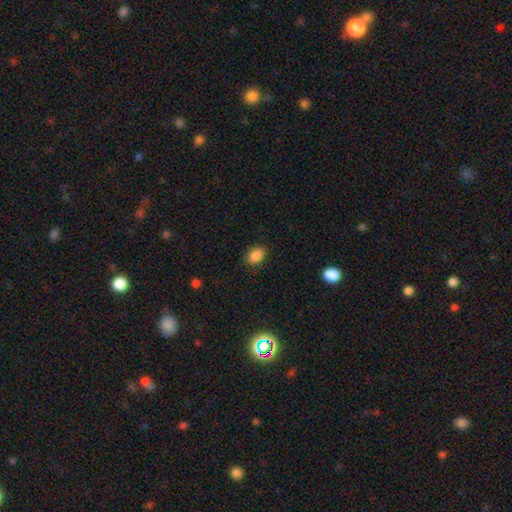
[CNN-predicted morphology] Smooth or featured: smooth — 88% (star or artifact — 9%)
How rounded: in between — 79% (round — 20%)
Merging: none — 88% (minor disturbance — 9%)